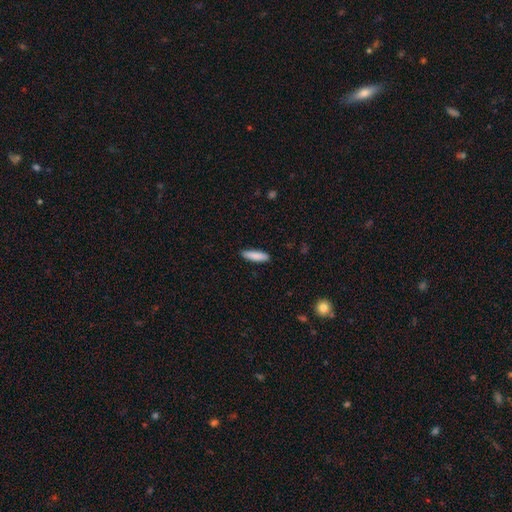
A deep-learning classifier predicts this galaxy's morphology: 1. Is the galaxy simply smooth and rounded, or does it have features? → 88% smooth, 7% featured or disk, 6% star or artifact.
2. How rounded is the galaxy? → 68% cigar-shaped, 30% in between, 1% round.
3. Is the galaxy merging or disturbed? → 88% none, 9% minor disturbance, 2% major disturbance, 1% merger.